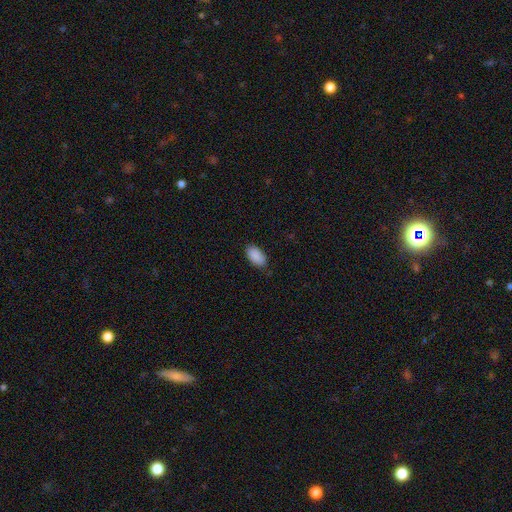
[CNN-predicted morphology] smooth-or-featured: smooth: 90% | star or artifact: 6% | featured or disk: 3%
  how-rounded: in between: 95% | round: 3% | cigar-shaped: 2%
  merging: none: 83% | minor disturbance: 14% | major disturbance: 3% | merger: 1%